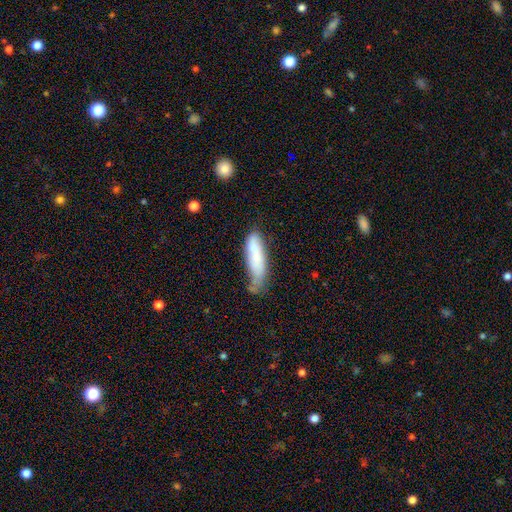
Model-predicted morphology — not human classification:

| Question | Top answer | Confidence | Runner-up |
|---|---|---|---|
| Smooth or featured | smooth | 68% | featured or disk (25%) |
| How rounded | cigar-shaped | 61% | in between (37%) |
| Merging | none | 38% | minor disturbance (36%) |